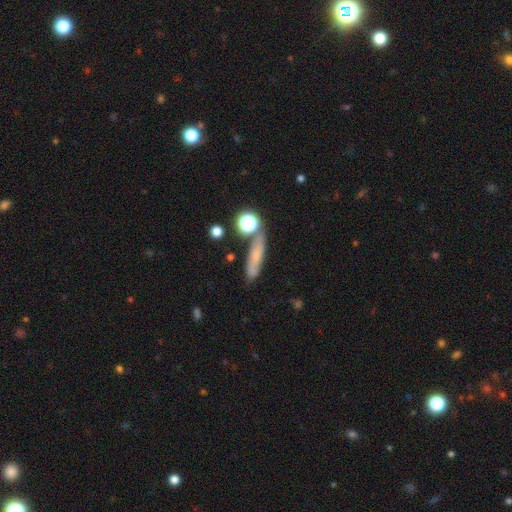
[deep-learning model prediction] Smooth or featured: smooth — 55% (featured or disk — 29%)
How rounded: cigar-shaped — 65% (in between — 24%)
Merging: none — 65% (minor disturbance — 18%)